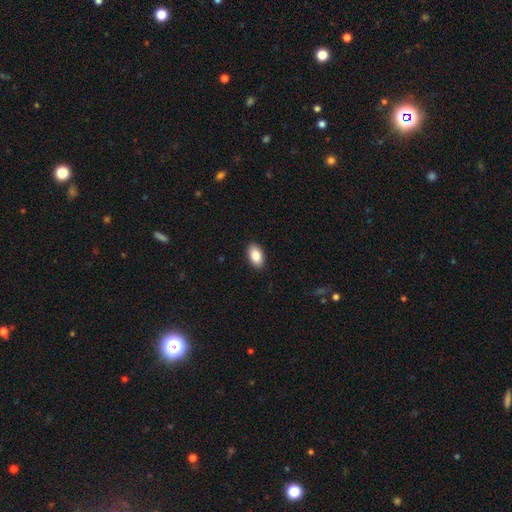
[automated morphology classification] A smooth galaxy with no disk features (87%) that is in between round and cigar-shaped (93%). Merging: none (90%).